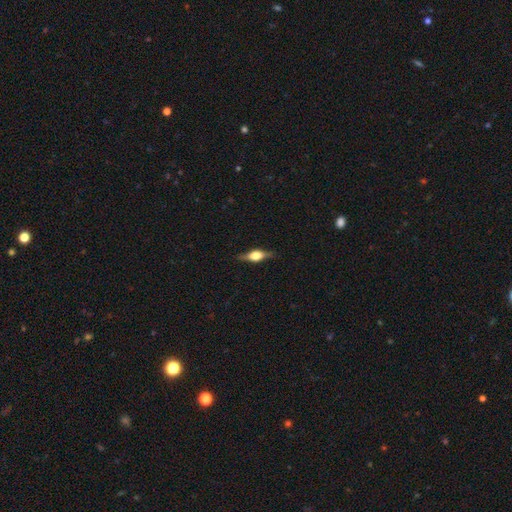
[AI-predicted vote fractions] Smooth or featured?
  - featured or disk: 66% *
  - smooth: 27%
  - star or artifact: 7%
Edge-on disk?
  - yes: 96% *
  - no: 4%
Edge-on bulge?
  - rounded: 91% *
  - boxy: 8%
  - none: 1%
Merging?
  - none: 85% *
  - minor disturbance: 11%
  - major disturbance: 3%
  - merger: 1%